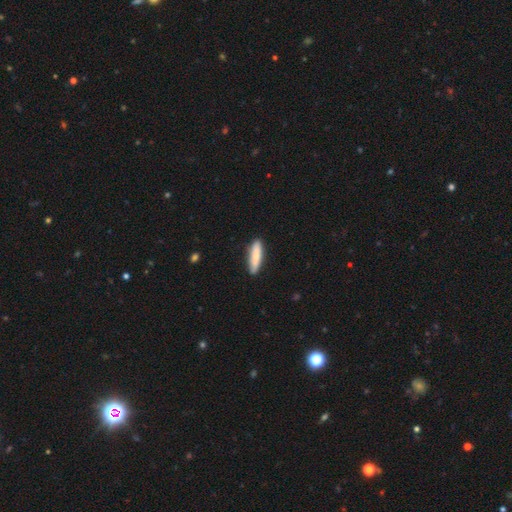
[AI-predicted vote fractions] A smooth galaxy with no disk features (81%) that is cigar-shaped (74%). Merging: none (86%).